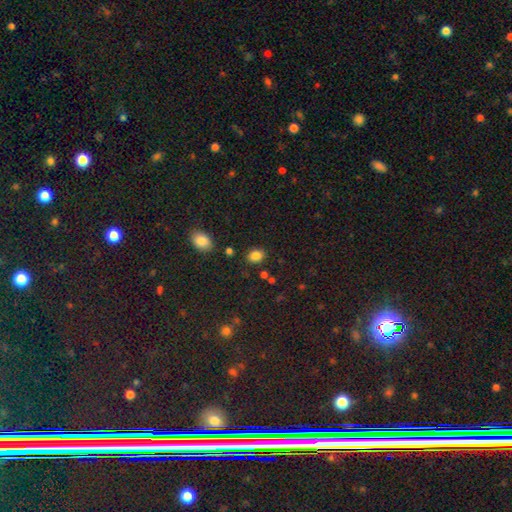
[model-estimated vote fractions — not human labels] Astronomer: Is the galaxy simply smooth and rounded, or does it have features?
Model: smooth — 84%.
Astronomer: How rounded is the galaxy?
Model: in between — 61% (runner-up: round, 38%).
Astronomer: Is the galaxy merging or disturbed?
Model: none — 83%.